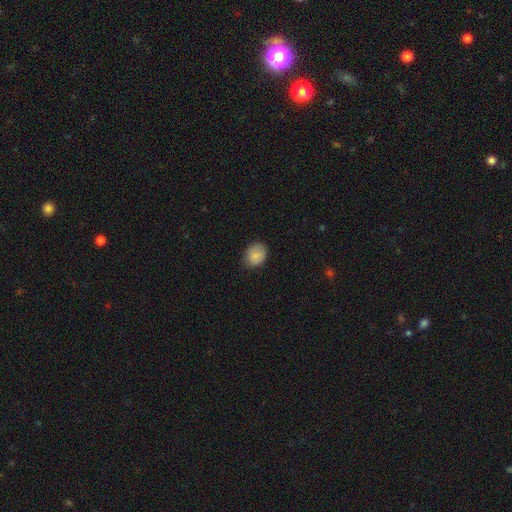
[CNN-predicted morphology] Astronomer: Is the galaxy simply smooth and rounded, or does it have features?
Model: smooth — 84%.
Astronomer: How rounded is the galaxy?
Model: round — 52% (runner-up: in between, 47%).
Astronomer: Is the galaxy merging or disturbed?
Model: none — 72%.